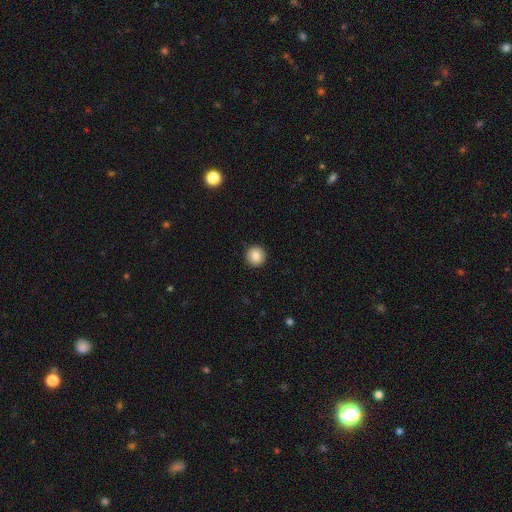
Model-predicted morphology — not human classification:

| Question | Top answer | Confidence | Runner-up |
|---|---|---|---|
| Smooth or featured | smooth | 86% | star or artifact (9%) |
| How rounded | round | 95% | in between (4%) |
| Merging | none | 92% | minor disturbance (5%) |